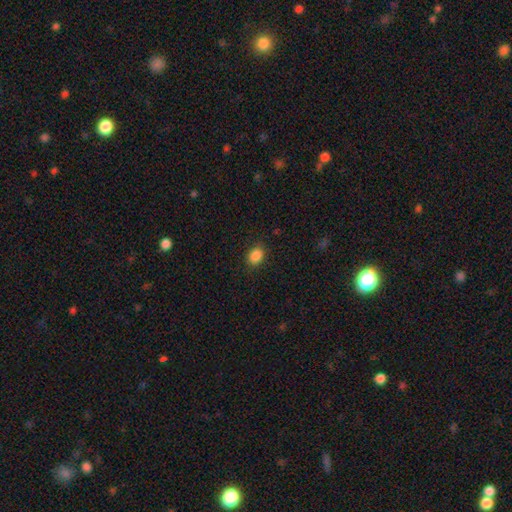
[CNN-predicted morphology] A smooth galaxy with no disk features (87%) that is in between round and cigar-shaped (69%).

Vote fractions:
- Smooth or featured? smooth: 87% / star or artifact: 9% / featured or disk: 4%
- How rounded? in between: 69% / round: 30% / cigar-shaped: 1%
- Merging? none: 88% / minor disturbance: 9% / major disturbance: 3% / merger: 1%